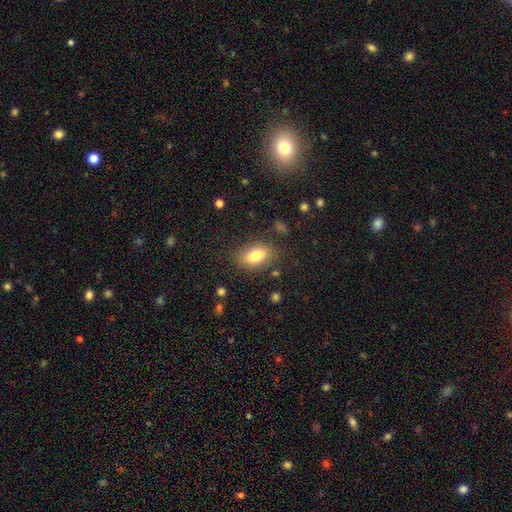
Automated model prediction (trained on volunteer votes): The model was most divided on "merging": none: 80%, minor disturbance: 14%, major disturbance: 5%, merger: 2%. More confident: how rounded — in between (86%); smooth or featured — smooth (80%).